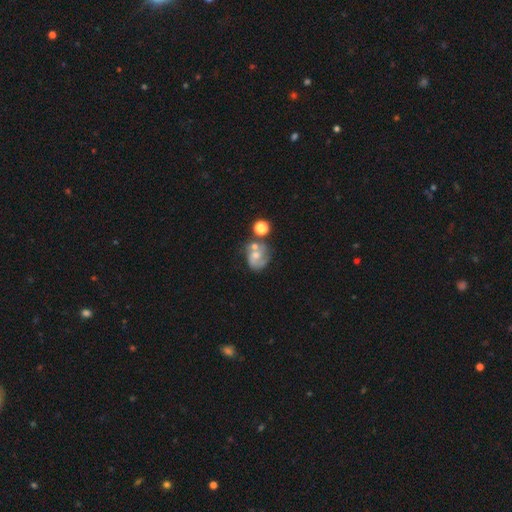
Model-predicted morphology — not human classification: A featured or disk galaxy (56%) with no bar (67%), spiral arms (74%) and a moderate central bulge (48%). Merging: none (38%).